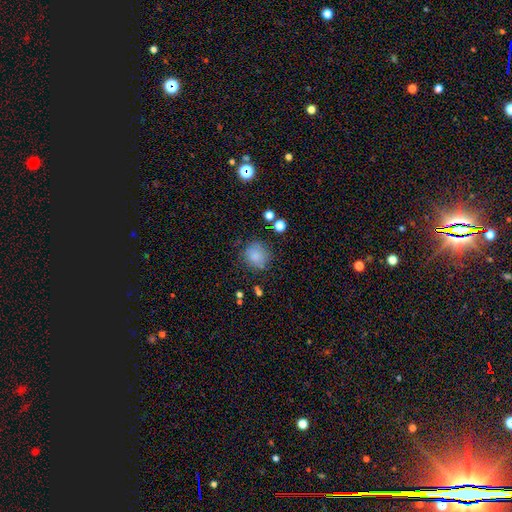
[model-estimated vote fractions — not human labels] The model was most divided on "merging": none: 76%, minor disturbance: 15%, major disturbance: 5%, merger: 3%. More confident: how rounded — round (87%); smooth or featured — smooth (82%).